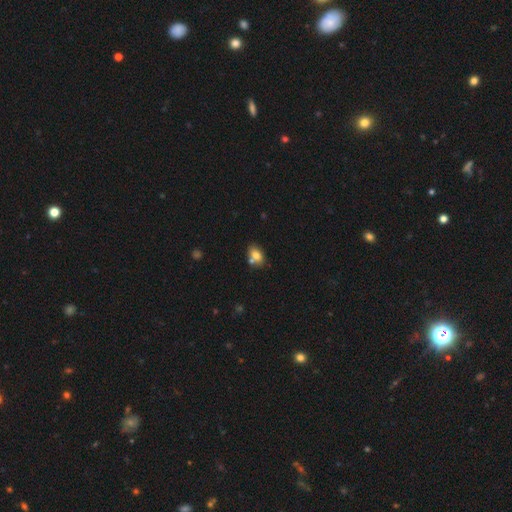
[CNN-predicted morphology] type=smooth (77%); roundness=in between (79%); merging=none (58%).